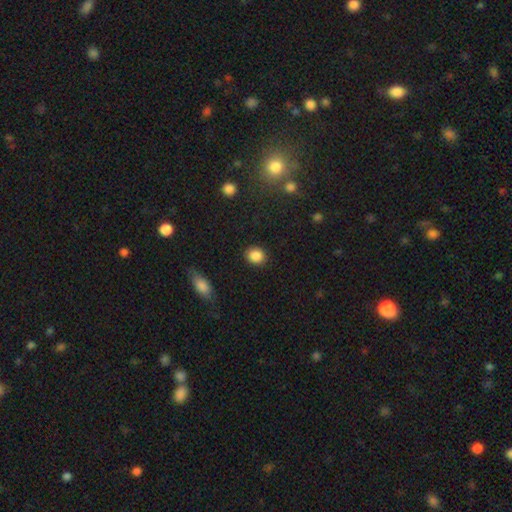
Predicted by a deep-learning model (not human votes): The model was most divided on "how rounded": round: 67%, in between: 32%, cigar-shaped: 1%. More confident: merging — none (88%); smooth or featured — smooth (87%).